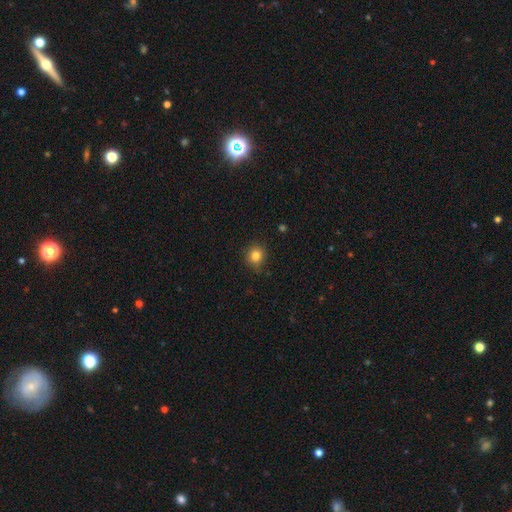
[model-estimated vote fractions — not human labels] Smooth or featured: smooth — 83% (star or artifact — 12%)
How rounded: round — 86% (in between — 13%)
Merging: none — 84% (minor disturbance — 12%)